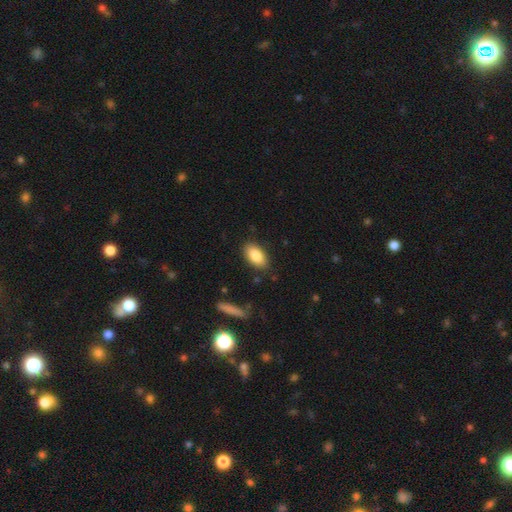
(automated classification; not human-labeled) Q: Smooth or featured?
A: smooth (85%); runner-up: featured or disk (8%)
Q: How rounded?
A: in between (92%); runner-up: round (4%)
Q: Merging?
A: none (85%); runner-up: minor disturbance (11%)